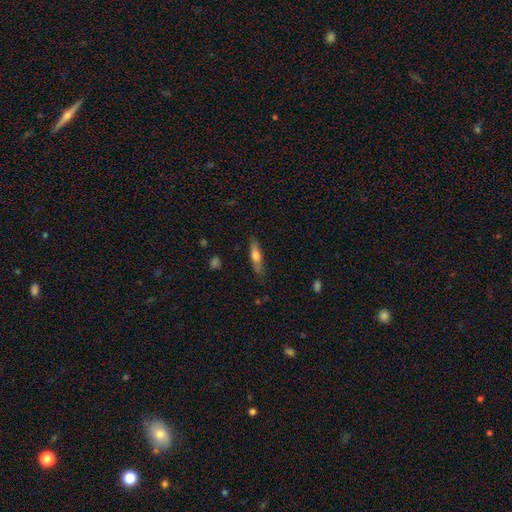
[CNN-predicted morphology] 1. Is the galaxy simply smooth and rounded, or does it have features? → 57% smooth, 37% featured or disk, 6% star or artifact.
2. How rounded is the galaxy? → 68% cigar-shaped, 29% in between, 3% round.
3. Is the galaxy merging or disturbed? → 83% none, 13% minor disturbance, 3% major disturbance, 1% merger.